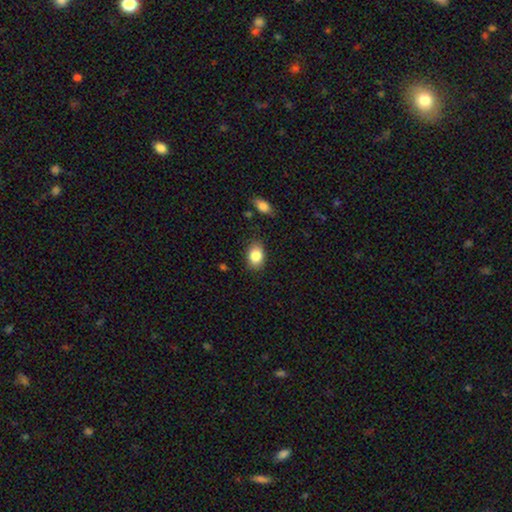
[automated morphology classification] Smooth or featured? Predicted: smooth (p=0.85). How rounded? Predicted: in between (p=0.78). Merging? Predicted: none (p=0.84).